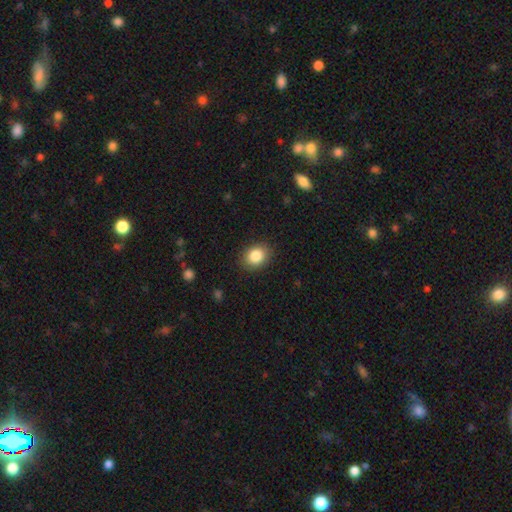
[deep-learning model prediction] Q: Smooth or featured?
A: smooth (85%); runner-up: star or artifact (9%)
Q: How rounded?
A: in between (52%); runner-up: round (47%)
Q: Merging?
A: none (88%); runner-up: minor disturbance (9%)